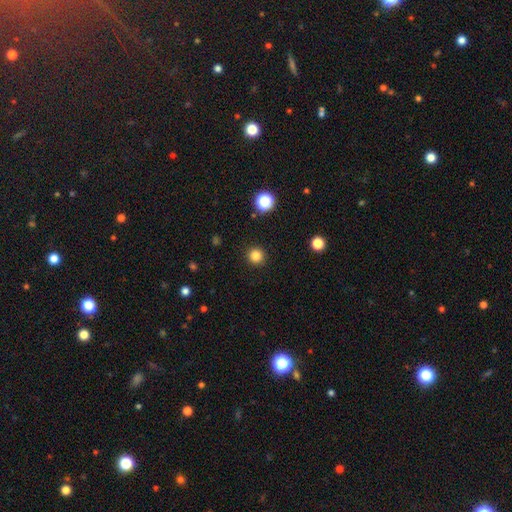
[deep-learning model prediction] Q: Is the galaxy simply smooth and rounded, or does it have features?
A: smooth — 83%.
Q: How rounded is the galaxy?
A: round — 95%.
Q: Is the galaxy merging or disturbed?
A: none — 92%.